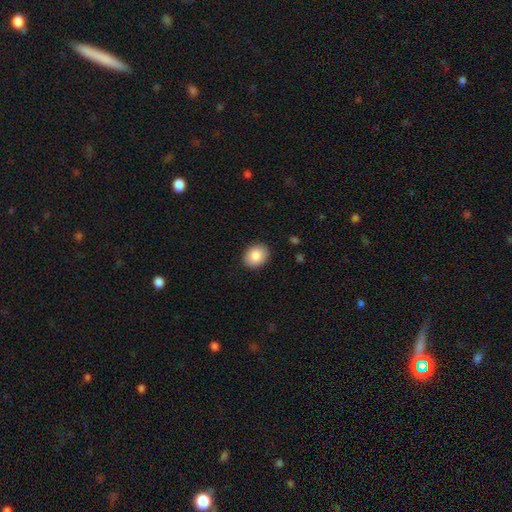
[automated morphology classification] Smooth or featured?
  - smooth: 86% *
  - star or artifact: 7%
  - featured or disk: 7%
How rounded?
  - in between: 54% *
  - round: 45%
  - cigar-shaped: 1%
Merging?
  - none: 89% *
  - minor disturbance: 8%
  - major disturbance: 2%
  - merger: 1%